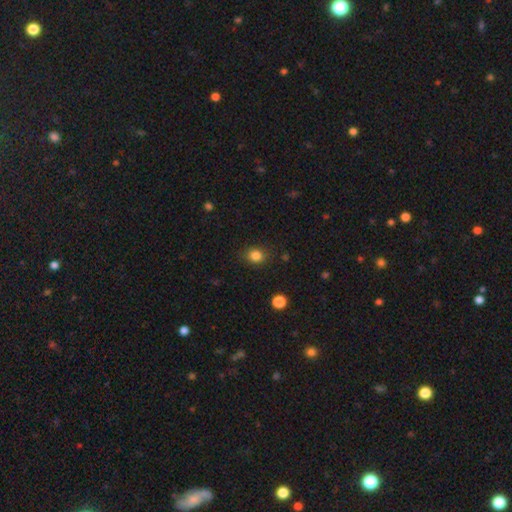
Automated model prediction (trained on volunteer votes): This is clearly a smooth galaxy (84%). How rounded: likely round (62%). Merging: clearly none (84%).